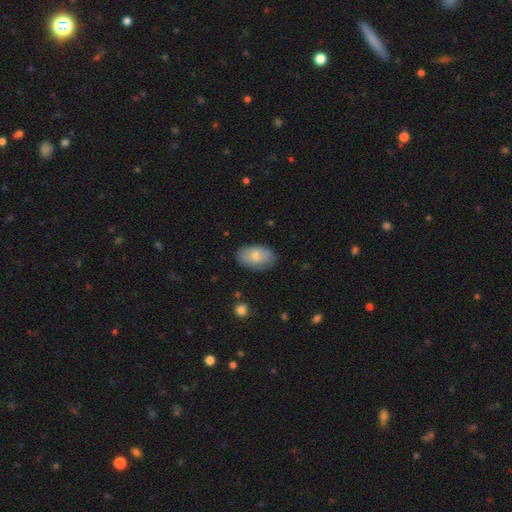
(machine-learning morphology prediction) Q: Smooth or featured?
A: smooth (73%); runner-up: featured or disk (21%)
Q: How rounded?
A: in between (92%); runner-up: round (7%)
Q: Merging?
A: none (79%); runner-up: minor disturbance (16%)